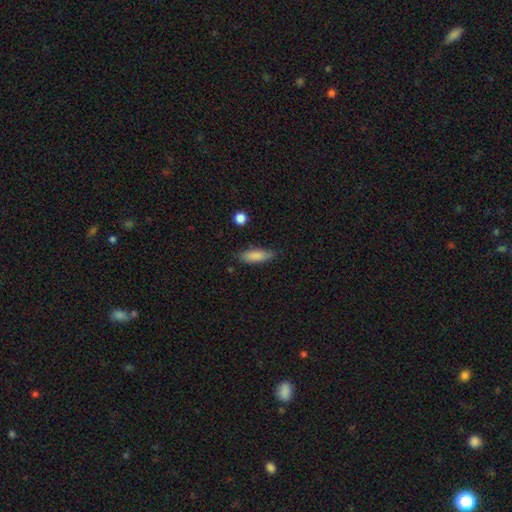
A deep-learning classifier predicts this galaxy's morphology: smooth_or_featured: smooth (p=0.83) [alt: featured or disk p=0.10]
how_rounded: in between (p=0.53) [alt: cigar-shaped p=0.44]
merging: none (p=0.76) [alt: minor disturbance p=0.19]